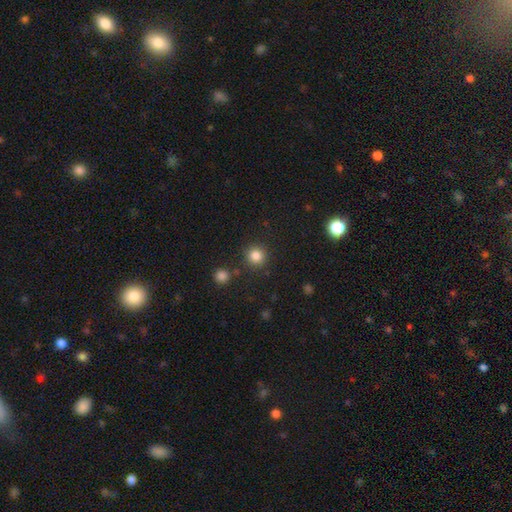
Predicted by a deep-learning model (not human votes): Morphology: type=smooth (84%); roundness=round (93%); merging=none (87%).